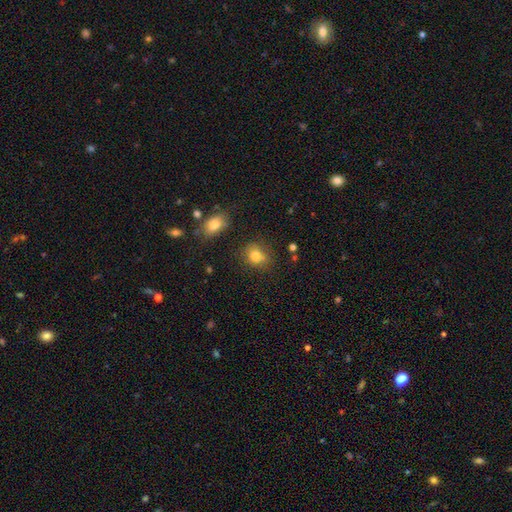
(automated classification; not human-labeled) Morphology: type=smooth (81%); roundness=round (67%); merging=none (75%).